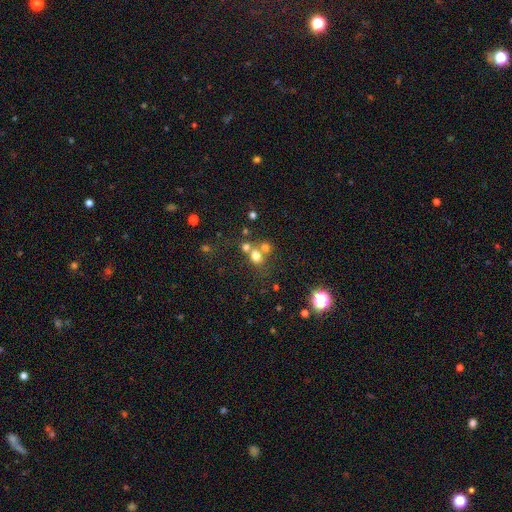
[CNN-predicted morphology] Smooth or featured: smooth — 69% (star or artifact — 18%)
How rounded: round — 69% (in between — 30%)
Merging: merger — 45% (none — 41%)